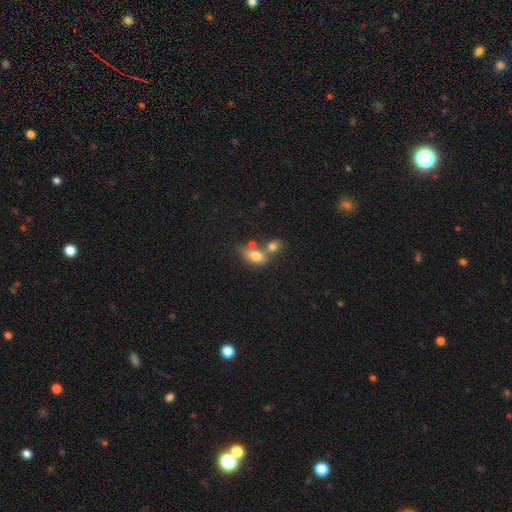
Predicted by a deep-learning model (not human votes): The model was most divided on "merging": merger: 48%, none: 33%, minor disturbance: 13%, major disturbance: 7%. More confident: how rounded — in between (82%); smooth or featured — smooth (74%).